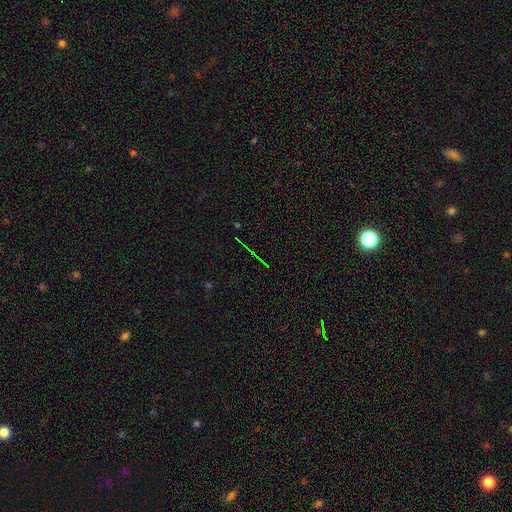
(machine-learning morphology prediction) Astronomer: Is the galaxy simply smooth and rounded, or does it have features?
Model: star or artifact — 72%.